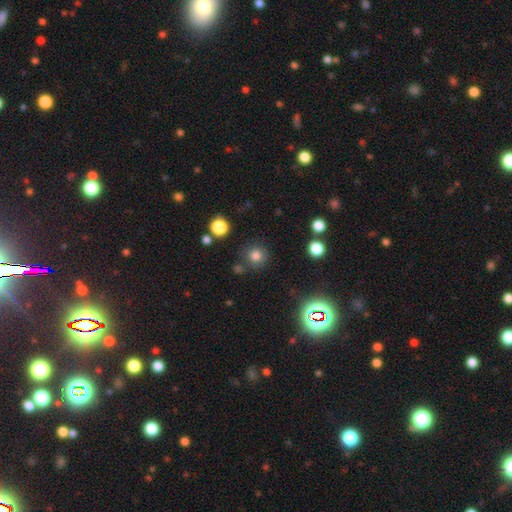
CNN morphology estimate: smooth-or-featured: smooth: 78% | star or artifact: 16% | featured or disk: 6%
  how-rounded: round: 92% | in between: 7% | cigar-shaped: 1%
  merging: none: 81% | minor disturbance: 9% | merger: 6% | major disturbance: 4%